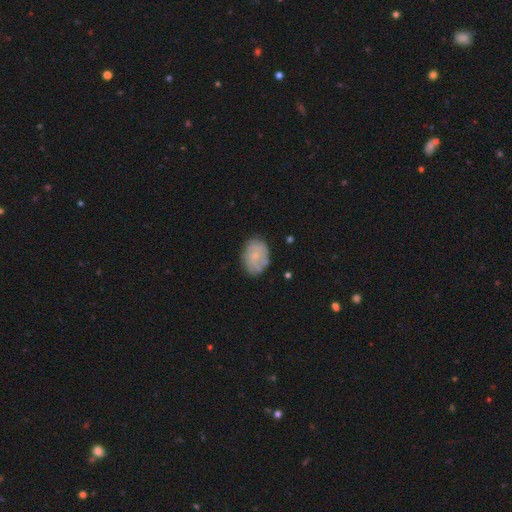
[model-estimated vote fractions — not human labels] smooth_or_featured: smooth (p=0.55) [alt: featured or disk p=0.37]
how_rounded: in between (p=0.70) [alt: round p=0.29]
merging: none (p=0.72) [alt: minor disturbance p=0.20]